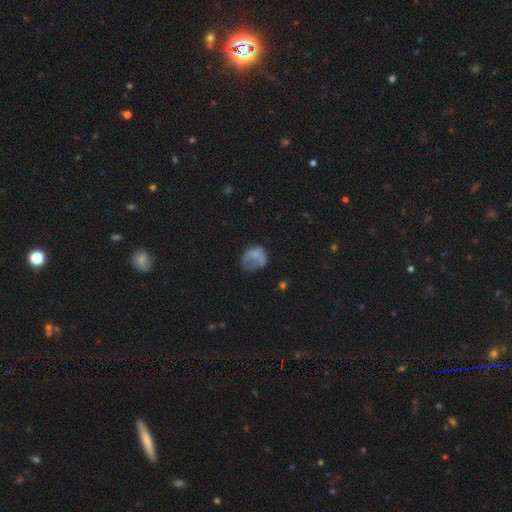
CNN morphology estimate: Q: Smooth or featured?
A: smooth (62%); runner-up: featured or disk (27%)
Q: How rounded?
A: round (54%); runner-up: in between (44%)
Q: Merging?
A: major disturbance (39%); runner-up: none (31%)